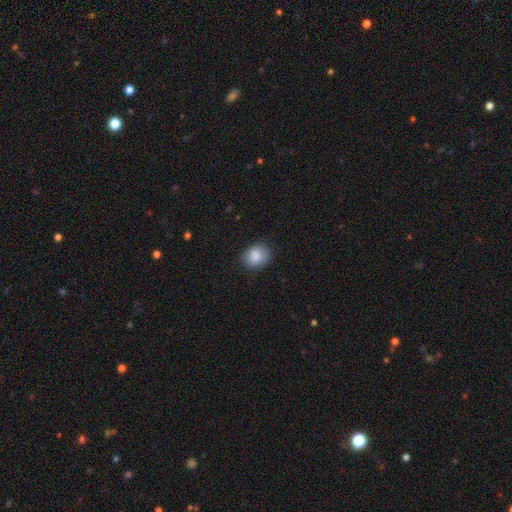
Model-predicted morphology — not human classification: Smooth or featured: smooth — 86% (star or artifact — 8%)
How rounded: round — 53% (in between — 46%)
Merging: none — 83% (minor disturbance — 13%)